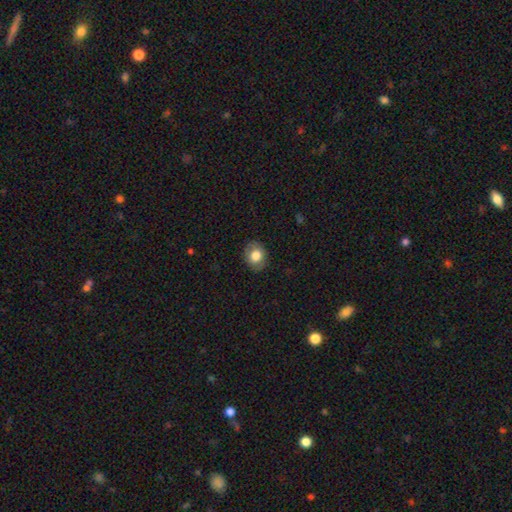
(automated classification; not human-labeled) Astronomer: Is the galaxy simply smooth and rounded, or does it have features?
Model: smooth — 78%.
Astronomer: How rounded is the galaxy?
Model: round — 59% (runner-up: in between, 40%).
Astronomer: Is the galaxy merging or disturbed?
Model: none — 85%.